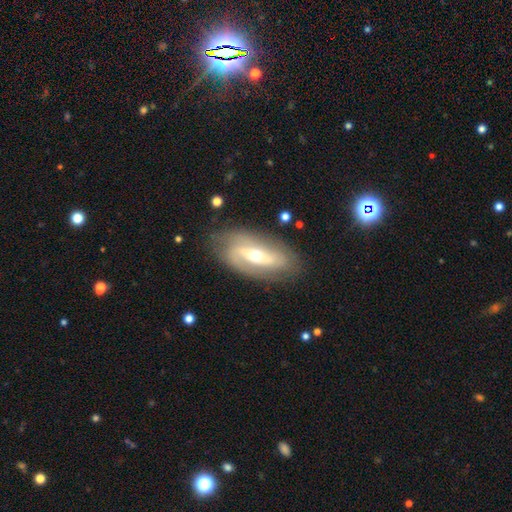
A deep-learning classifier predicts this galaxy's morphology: Smooth or featured? Predicted: featured or disk (p=0.75). Edge-on disk? Predicted: no (p=0.88). Bar? Predicted: no (p=0.36). Spiral arms? Predicted: yes (p=0.79). Spiral winding? Predicted: medium (p=0.37). Spiral arm count? Predicted: 2 (p=0.72). Bulge size? Predicted: moderate (p=0.63). Merging? Predicted: none (p=0.78).